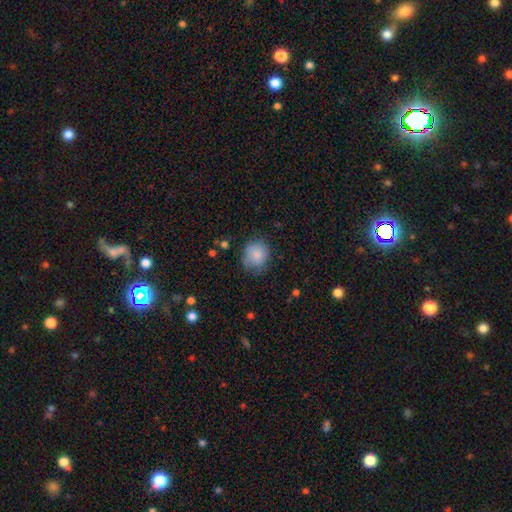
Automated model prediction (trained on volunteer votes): A smooth galaxy with no disk features (83%) that is round (76%). Merging: none (72%).